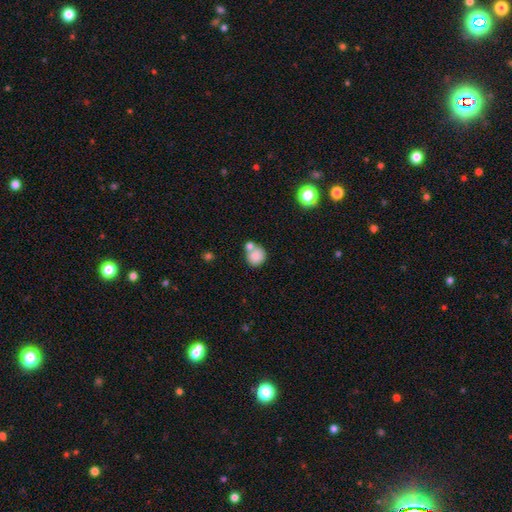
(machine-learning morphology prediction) Smooth or featured?
  - smooth: 83% *
  - featured or disk: 9%
  - star or artifact: 9%
How rounded?
  - round: 86% *
  - in between: 13%
  - cigar-shaped: 1%
Merging?
  - none: 48% *
  - merger: 38%
  - minor disturbance: 11%
  - major disturbance: 4%